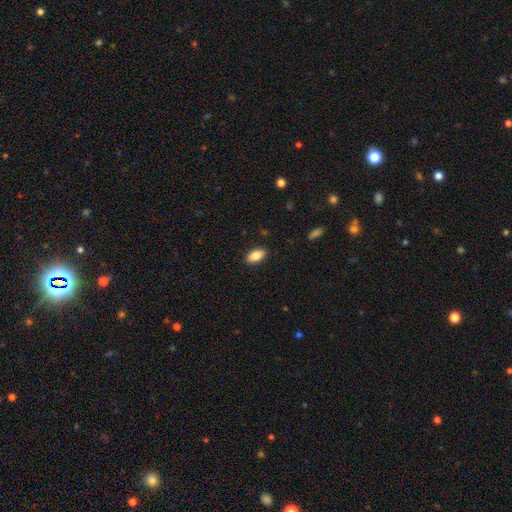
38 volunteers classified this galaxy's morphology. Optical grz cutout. It shows a smooth galaxy with no disk features (79%) that is in between round and cigar-shaped (97%). Merging: none (92%).